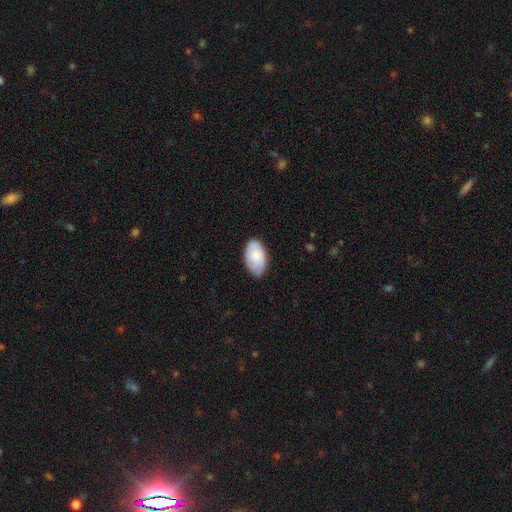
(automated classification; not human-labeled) Smooth or featured: smooth — 73% (featured or disk — 21%)
How rounded: in between — 94% (round — 4%)
Merging: none — 77% (minor disturbance — 19%)